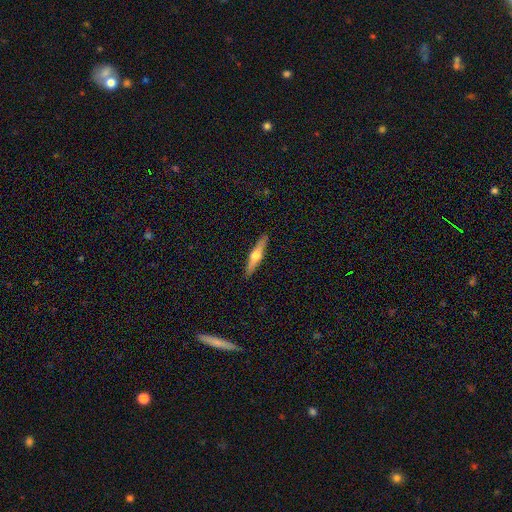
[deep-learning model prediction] This appears to be a featured or disk galaxy (60%) viewed edge-on (96%) with a rounded central bulge (94%). Merging: none (91%).